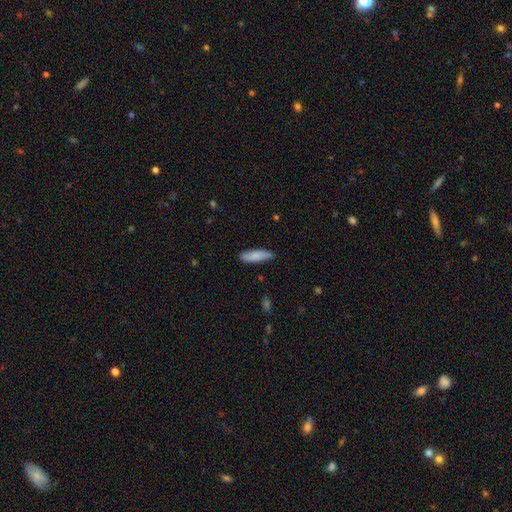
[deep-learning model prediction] smooth_or_featured: smooth (p=0.84) [alt: featured or disk p=0.11]
how_rounded: cigar-shaped (p=0.57) [alt: in between p=0.42]
merging: none (p=0.82) [alt: minor disturbance p=0.15]